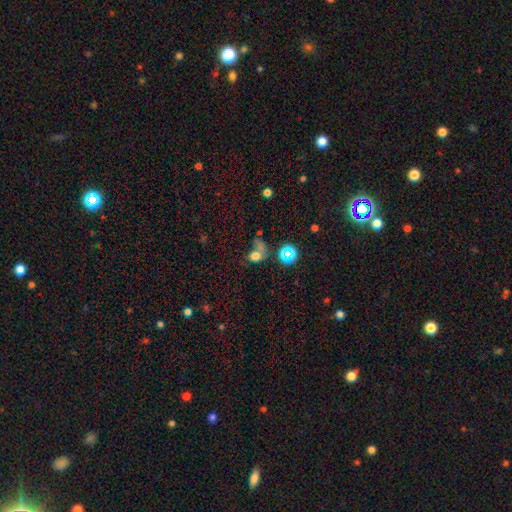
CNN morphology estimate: Smooth or featured? Predicted: smooth (p=0.67). How rounded? Predicted: round (p=0.56). Merging? Predicted: merger (p=0.34).